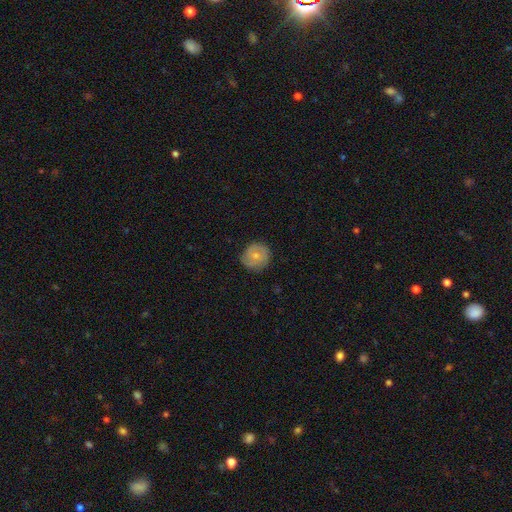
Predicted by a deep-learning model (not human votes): Overall: smooth (63%; featured or disk 29%). How rounded: round (90%). Merging: none (81%).